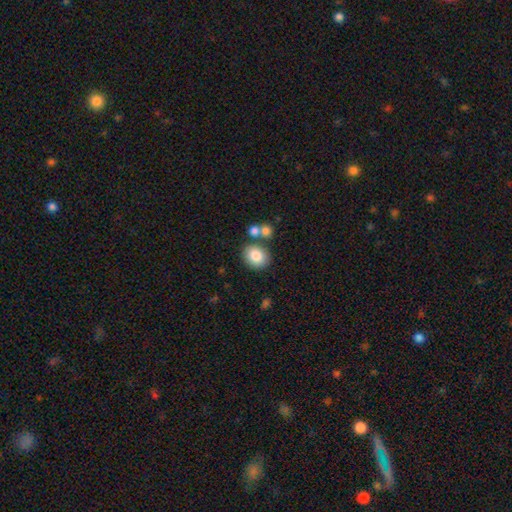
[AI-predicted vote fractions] This is clearly a smooth galaxy (82%). How rounded: possibly round (59%). Merging: likely none (70%).